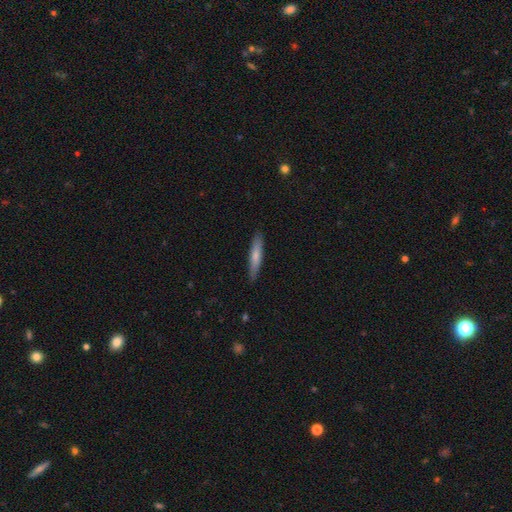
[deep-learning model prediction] smooth-or-featured: smooth: 69% | featured or disk: 25% | star or artifact: 6%
  how-rounded: cigar-shaped: 86% | in between: 12% | round: 1%
  merging: none: 87% | minor disturbance: 10% | major disturbance: 2% | merger: 1%